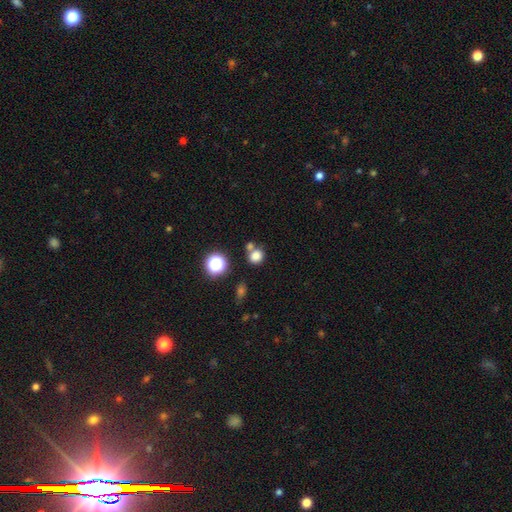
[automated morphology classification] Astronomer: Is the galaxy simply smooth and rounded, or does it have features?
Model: smooth — 78%.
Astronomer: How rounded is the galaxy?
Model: round — 75%.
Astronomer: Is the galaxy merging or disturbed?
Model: none — 59%.